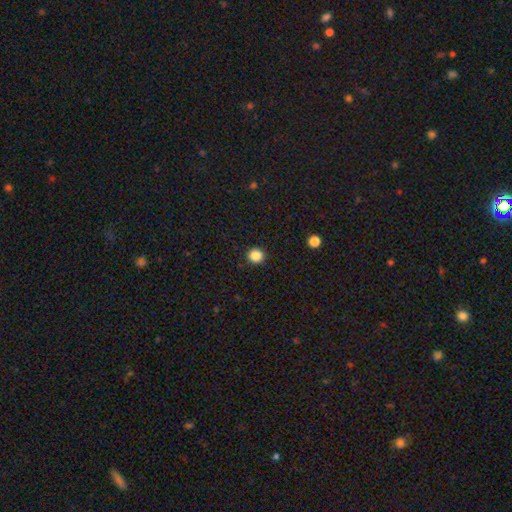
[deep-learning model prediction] This appears to be a smooth galaxy with no disk features (86%) that is round (90%). Merging: none (92%).